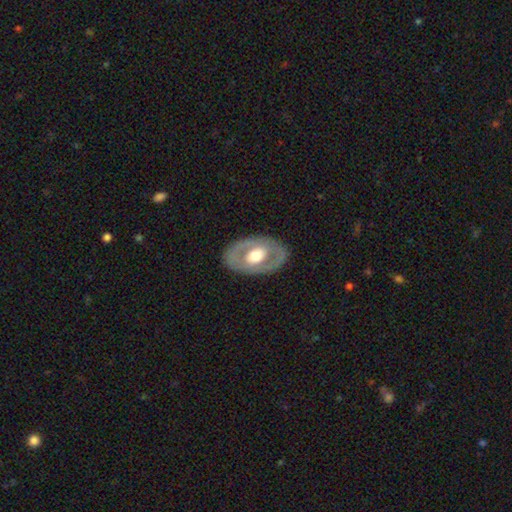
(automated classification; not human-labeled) Smooth or featured?
  - featured or disk: 61% *
  - smooth: 34%
  - star or artifact: 5%
Edge-on disk?
  - no: 91% *
  - yes: 9%
Bar?
  - no: 72% *
  - weak: 20%
  - strong: 8%
Spiral arms?
  - no: 81% *
  - yes: 19%
Bulge size?
  - moderate: 59% *
  - large: 33%
  - small: 5%
  - dominant: 2%
  - none: 1%
Merging?
  - none: 84% *
  - minor disturbance: 11%
  - major disturbance: 4%
  - merger: 1%